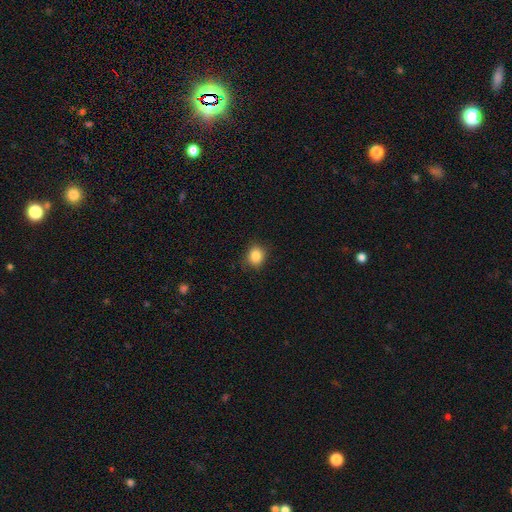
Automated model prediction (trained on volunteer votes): smooth-or-featured: smooth: 86% | star or artifact: 10% | featured or disk: 4%
  how-rounded: round: 71% | in between: 28% | cigar-shaped: 1%
  merging: none: 85% | minor disturbance: 12% | major disturbance: 3% | merger: 1%